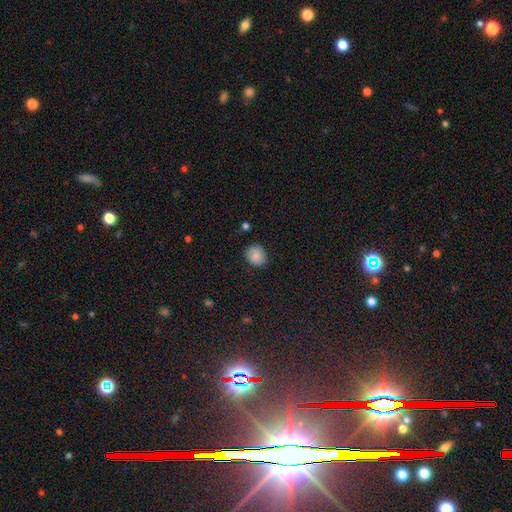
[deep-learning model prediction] Overall: smooth (87%). How rounded: round (73%). Merging: none (85%).